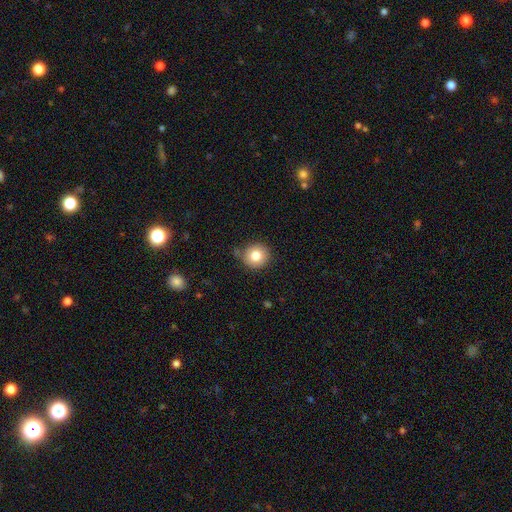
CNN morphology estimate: Smooth or featured?
  - smooth: 81% *
  - star or artifact: 10%
  - featured or disk: 9%
How rounded?
  - round: 92% *
  - in between: 7%
  - cigar-shaped: 1%
Merging?
  - none: 79% *
  - minor disturbance: 14%
  - merger: 3%
  - major disturbance: 3%